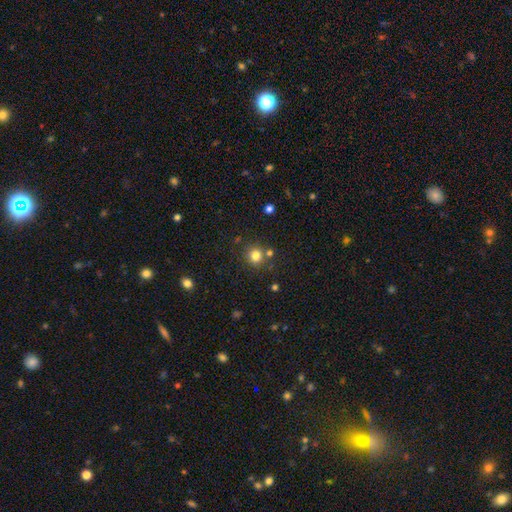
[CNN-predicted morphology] Smooth or featured: smooth — 80% (star or artifact — 14%)
How rounded: round — 92% (in between — 7%)
Merging: none — 79% (merger — 11%)